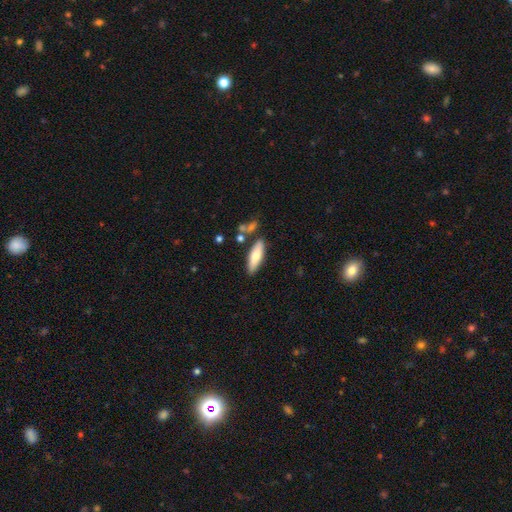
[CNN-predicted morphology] This appears to be a smooth galaxy with no disk features (69%) that is in between round and cigar-shaped (51%). Merging: none (79%).